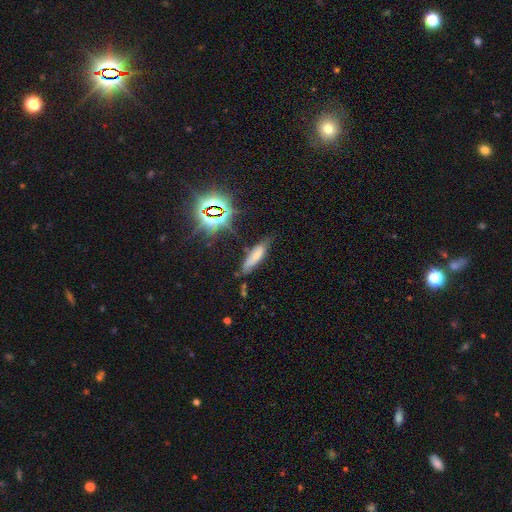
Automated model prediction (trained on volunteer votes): Overall: smooth (61%; featured or disk 21%). How rounded: cigar-shaped (55%; in between 43%). Merging: none (64%; minor disturbance 25%).